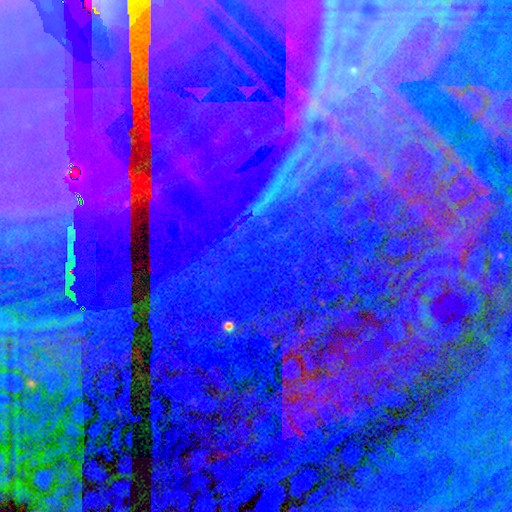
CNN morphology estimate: Smooth or featured? Predicted: star or artifact (p=0.88).